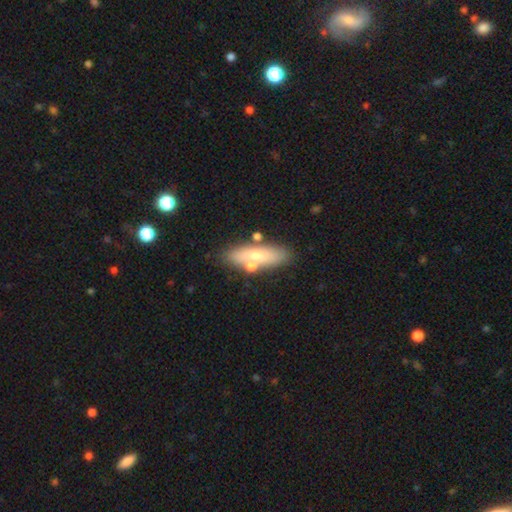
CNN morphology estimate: Smooth or featured: smooth — 61% (featured or disk — 31%)
How rounded: cigar-shaped — 50% (in between — 47%)
Merging: none — 74% (minor disturbance — 12%)